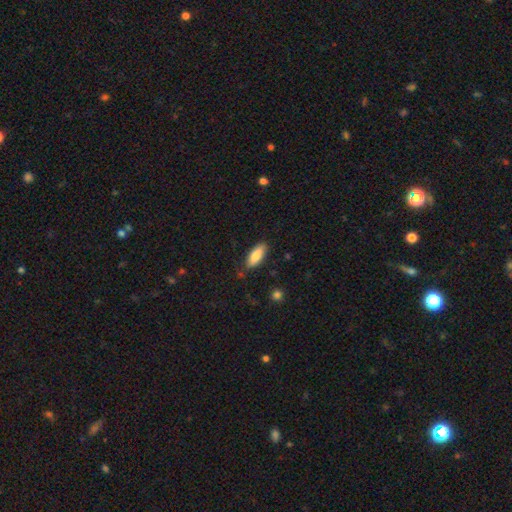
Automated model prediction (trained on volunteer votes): This appears to be a smooth galaxy with no disk features (83%) that is in between round and cigar-shaped (77%). Merging: none (80%).